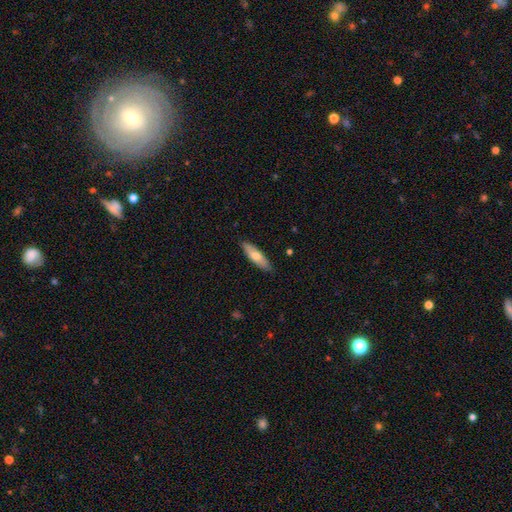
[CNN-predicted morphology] Smooth or featured? smooth (68%)
How rounded? cigar-shaped (56%)
Merging? none (88%)